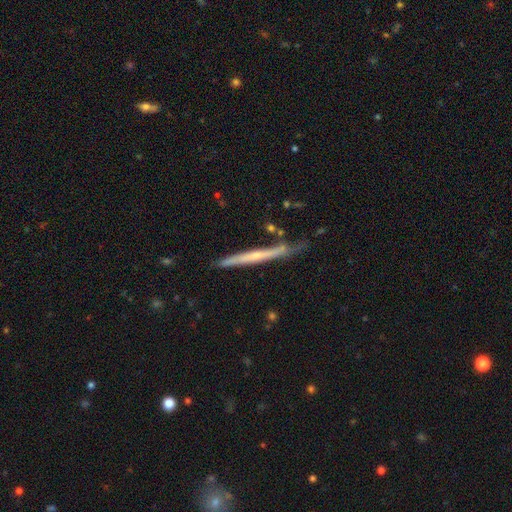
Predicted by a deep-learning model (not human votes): This is possibly a featured or disk galaxy (57%). It is clearly viewed edge-on (95%). Edge-on bulge: likely none (64%). Merging: likely none (70%).